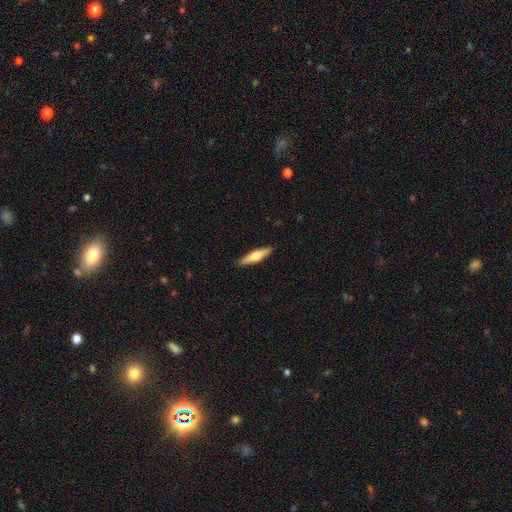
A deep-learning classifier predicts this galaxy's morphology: Q: Smooth or featured?
A: featured or disk (50%); runner-up: smooth (45%)
Q: Merging?
A: none (91%); runner-up: minor disturbance (7%)